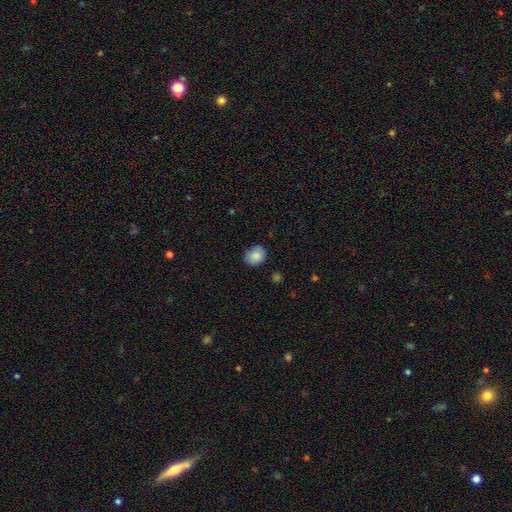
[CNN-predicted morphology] Smooth or featured? smooth (86%)
How rounded? round (57%)
Merging? none (80%)